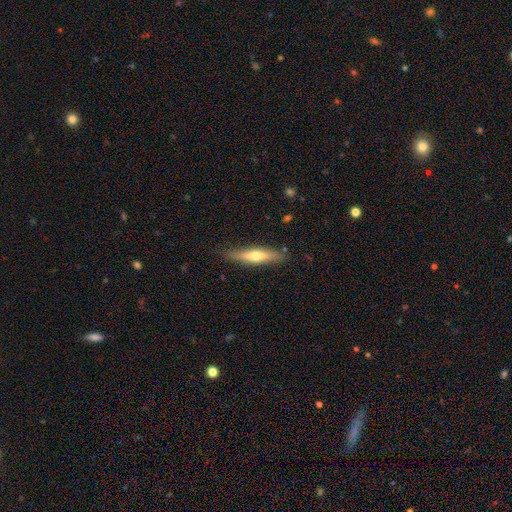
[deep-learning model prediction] The model was most divided on "smooth or featured": smooth: 49%, featured or disk: 45%, star or artifact: 6%. More confident: merging — none (84%).